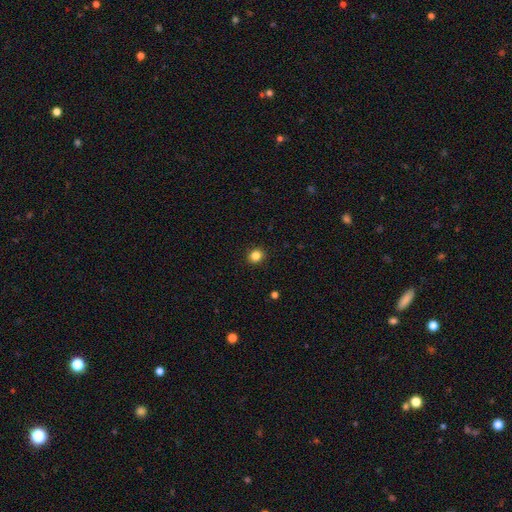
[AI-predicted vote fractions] A smooth galaxy with no disk features (84%) that is round (82%).

Vote fractions:
- Smooth or featured? smooth: 84% / star or artifact: 12% / featured or disk: 4%
- How rounded? round: 82% / in between: 17% / cigar-shaped: 1%
- Merging? none: 92% / minor disturbance: 6% / major disturbance: 2% / merger: 1%